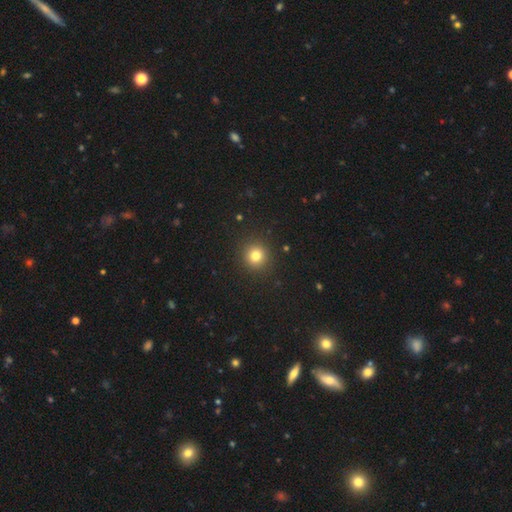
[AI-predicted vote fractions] Smooth or featured: smooth — 80% (star or artifact — 14%)
How rounded: round — 93% (in between — 6%)
Merging: none — 92% (minor disturbance — 5%)